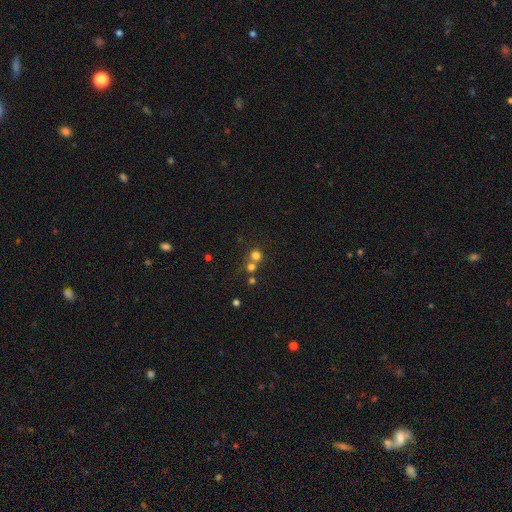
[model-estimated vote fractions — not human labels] Smooth or featured: smooth — 73% (star or artifact — 17%)
How rounded: round — 90% (in between — 9%)
Merging: none — 50% (merger — 41%)